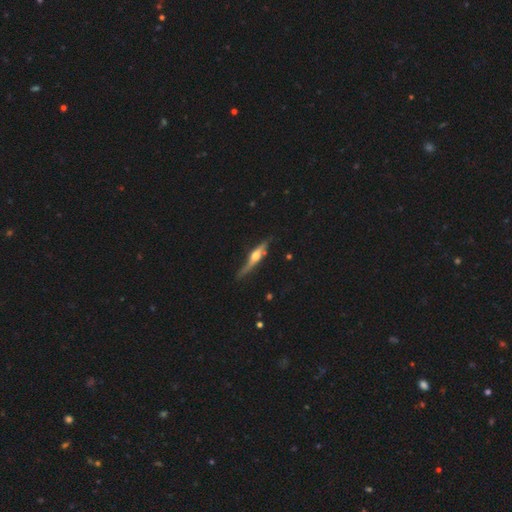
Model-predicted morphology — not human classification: A featured or disk galaxy (72%) viewed edge-on (94%) with a rounded central bulge (92%).

Vote fractions:
- Smooth or featured? featured or disk: 72% / smooth: 22% / star or artifact: 5%
- Edge-on disk? yes: 94% / no: 6%
- Edge-on bulge? rounded: 92% / boxy: 5% / none: 3%
- Merging? none: 72% / minor disturbance: 21% / major disturbance: 5% / merger: 3%